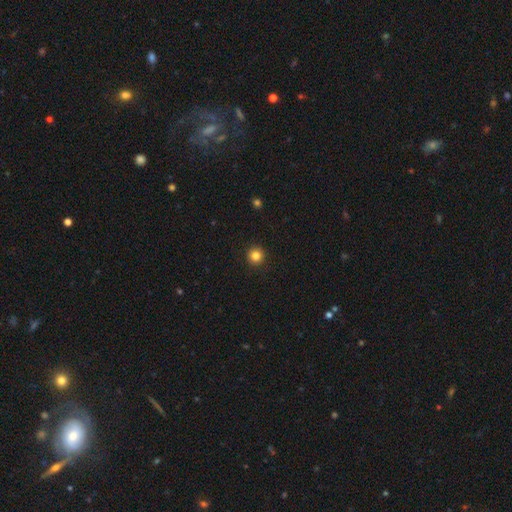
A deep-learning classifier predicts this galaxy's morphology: This appears to be a smooth galaxy with no disk features (83%) that is round (96%). Merging: none (93%).